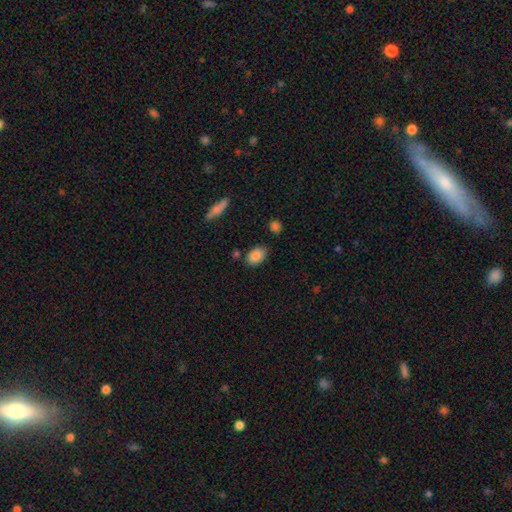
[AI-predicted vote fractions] Morphology: type=smooth (86%); roundness=in between (87%); merging=none (80%).